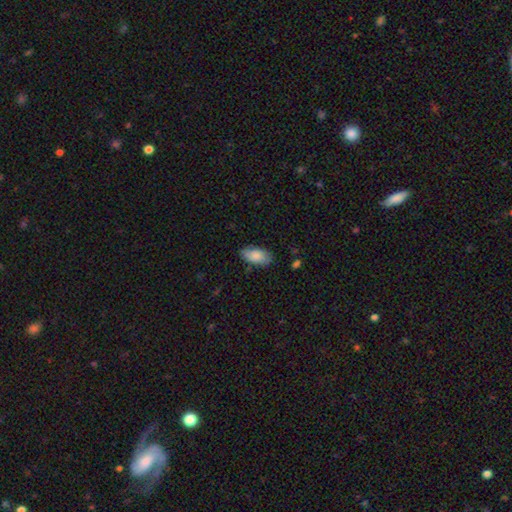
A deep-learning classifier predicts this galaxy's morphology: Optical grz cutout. It shows a smooth galaxy with no disk features (86%) that is in between round and cigar-shaped (93%). Merging: none (80%).